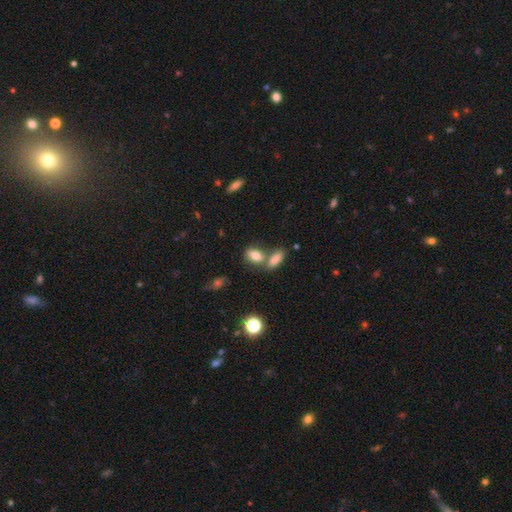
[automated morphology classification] Smooth or featured: smooth — 80% (star or artifact — 10%)
How rounded: in between — 81% (round — 15%)
Merging: none — 48% (merger — 37%)